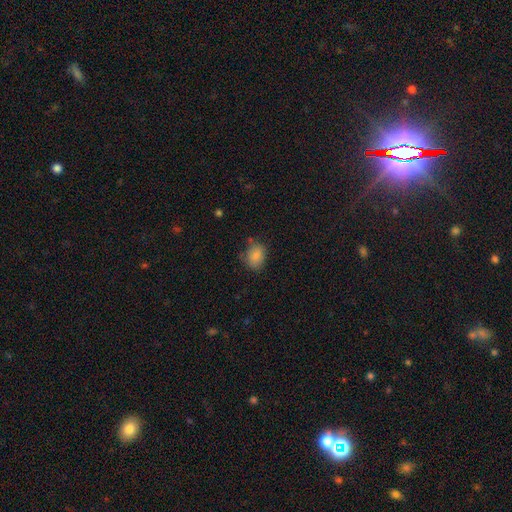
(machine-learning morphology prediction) The model was most divided on "how rounded": in between: 63%, round: 36%, cigar-shaped: 1%. More confident: smooth or featured — smooth (85%); merging — none (70%).